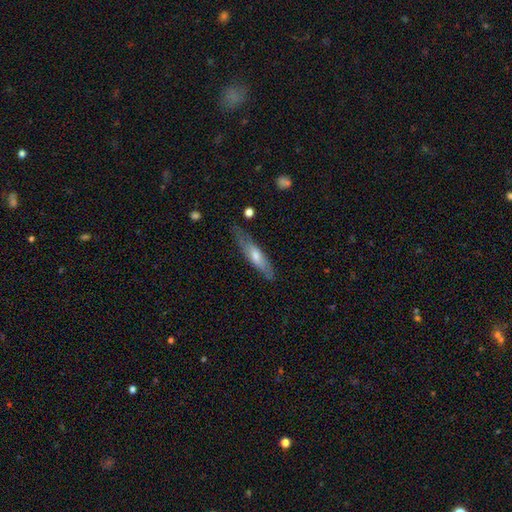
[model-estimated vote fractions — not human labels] This is possibly a featured or disk galaxy (49%). Merging: likely none (74%).